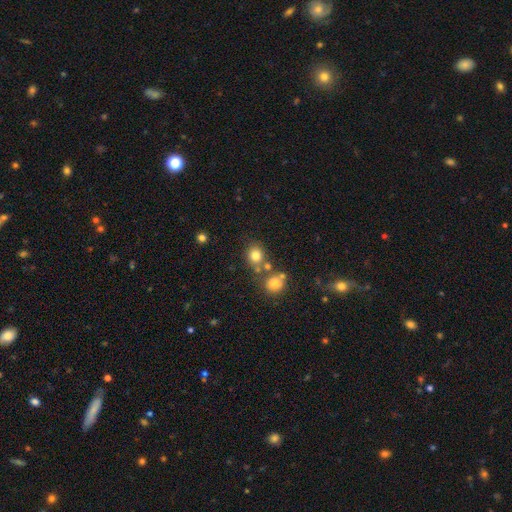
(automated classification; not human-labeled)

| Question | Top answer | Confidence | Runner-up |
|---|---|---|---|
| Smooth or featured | smooth | 78% | star or artifact (14%) |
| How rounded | round | 78% | in between (21%) |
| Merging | none | 68% | merger (16%) |